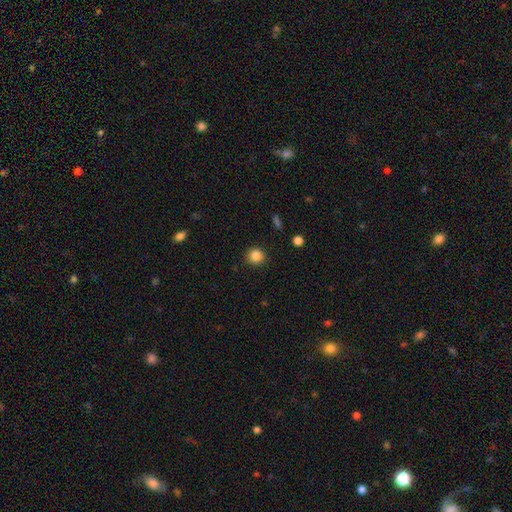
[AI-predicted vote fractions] A smooth galaxy with no disk features (84%) that is round (91%).

Vote fractions:
- Smooth or featured? smooth: 84% / star or artifact: 11% / featured or disk: 5%
- How rounded? round: 91% / in between: 8% / cigar-shaped: 1%
- Merging? none: 91% / minor disturbance: 6% / major disturbance: 2% / merger: 1%